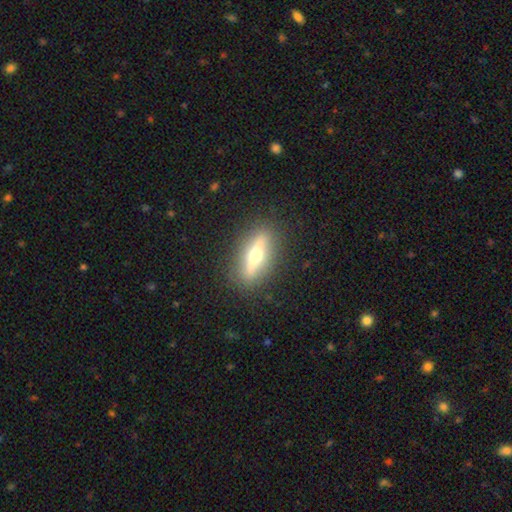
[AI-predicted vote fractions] featured or disk 64%, smooth 29%, star or artifact 7%. Down the decision tree: edge-on disk — yes (87%); edge-on bulge — rounded (94%); merging — none (88%).